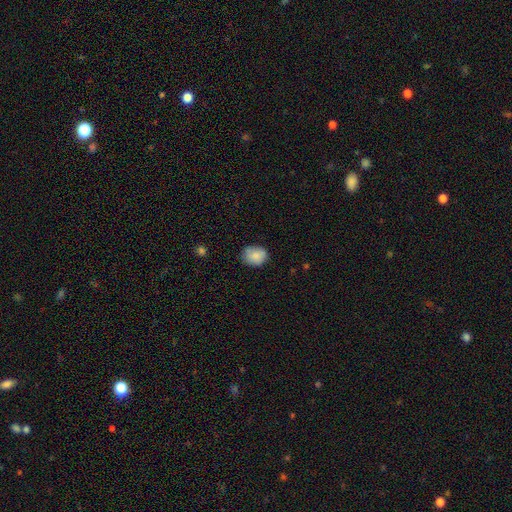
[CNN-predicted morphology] smooth 85%, star or artifact 8%, featured or disk 7%. Down the decision tree: how rounded — round (55%); merging — none (76%).